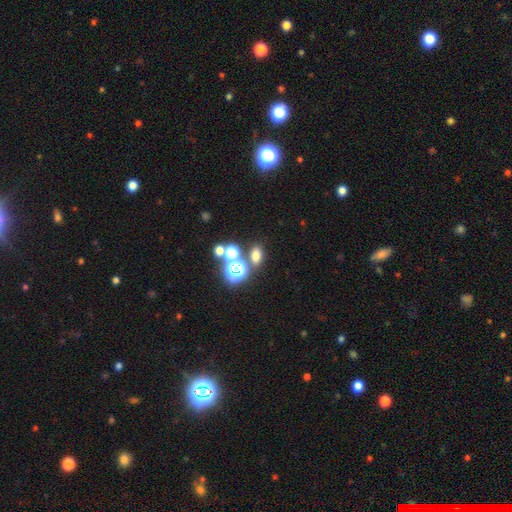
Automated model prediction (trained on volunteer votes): Smooth or featured? smooth (65%)
How rounded? in between (63%)
Merging? none (67%)